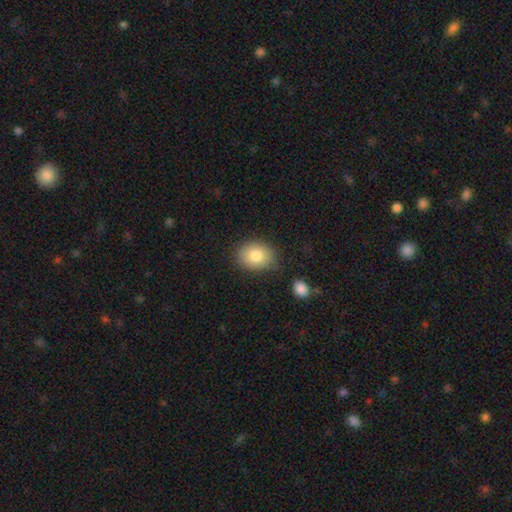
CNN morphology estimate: The model was most divided on "how rounded": in between: 57%, round: 42%, cigar-shaped: 1%. More confident: smooth or featured — smooth (83%); merging — none (76%).